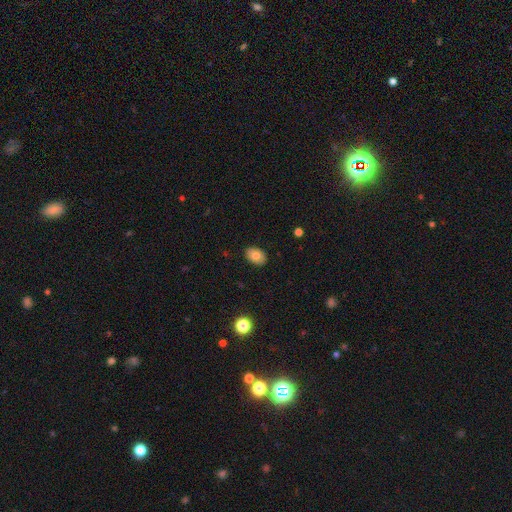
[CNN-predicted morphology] Smooth or featured?
  - smooth: 78% *
  - featured or disk: 13%
  - star or artifact: 8%
How rounded?
  - in between: 81% *
  - round: 18%
  - cigar-shaped: 1%
Merging?
  - none: 88% *
  - minor disturbance: 9%
  - major disturbance: 2%
  - merger: 1%